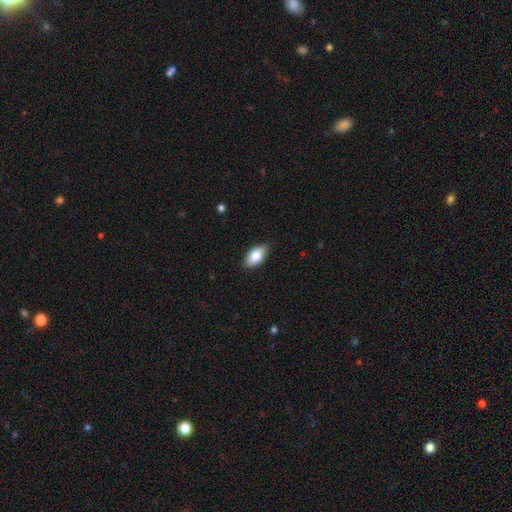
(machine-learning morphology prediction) Q: Smooth or featured?
A: smooth (81%); runner-up: featured or disk (13%)
Q: How rounded?
A: in between (92%); runner-up: cigar-shaped (4%)
Q: Merging?
A: none (88%); runner-up: minor disturbance (9%)